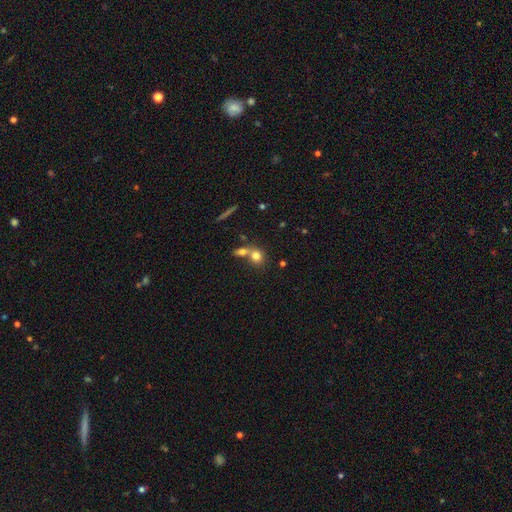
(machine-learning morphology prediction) type=smooth (76%); roundness=round (72%); merging=merger (48%).